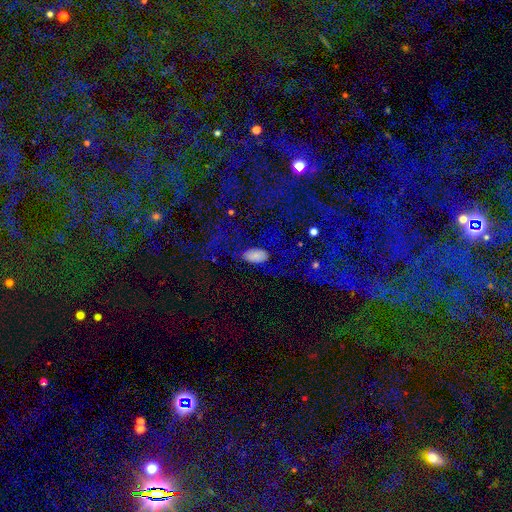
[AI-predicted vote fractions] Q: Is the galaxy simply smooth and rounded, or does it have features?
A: smooth — 81%.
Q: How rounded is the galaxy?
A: in between — 95%.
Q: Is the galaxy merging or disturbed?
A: none — 73%.